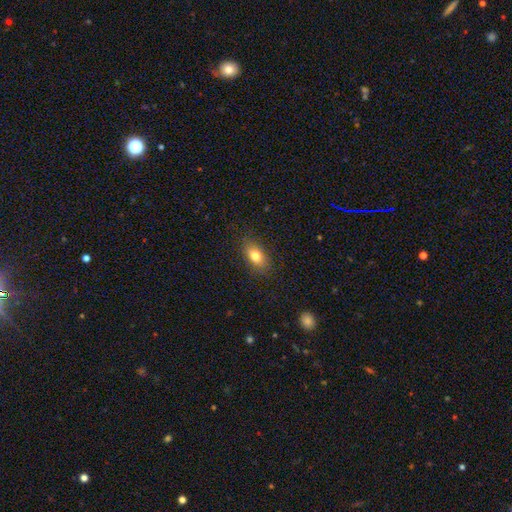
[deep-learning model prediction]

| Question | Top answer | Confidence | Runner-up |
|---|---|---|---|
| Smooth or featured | smooth | 79% | featured or disk (12%) |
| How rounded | in between | 84% | round (12%) |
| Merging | none | 85% | minor disturbance (11%) |